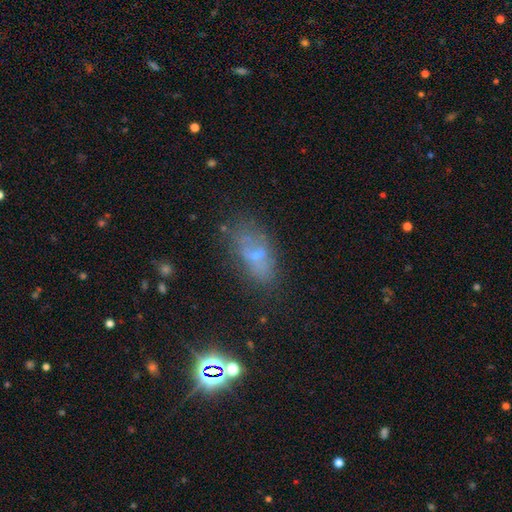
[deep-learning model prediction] Morphology: type=smooth (44%); merging=none (54%).